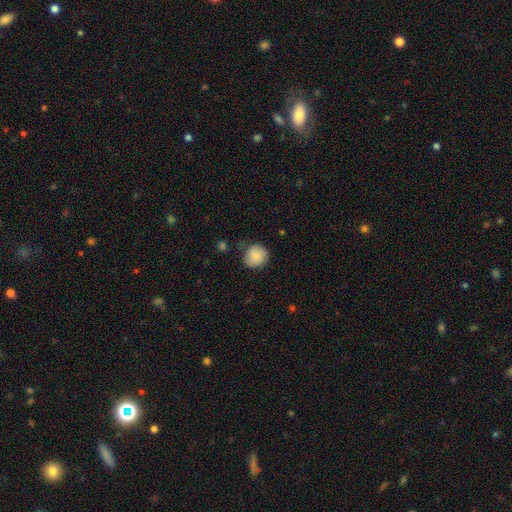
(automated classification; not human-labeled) smooth_or_featured: smooth (p=0.82) [alt: featured or disk p=0.11]
how_rounded: round (p=0.81) [alt: in between p=0.18]
merging: none (p=0.68) [alt: minor disturbance p=0.24]